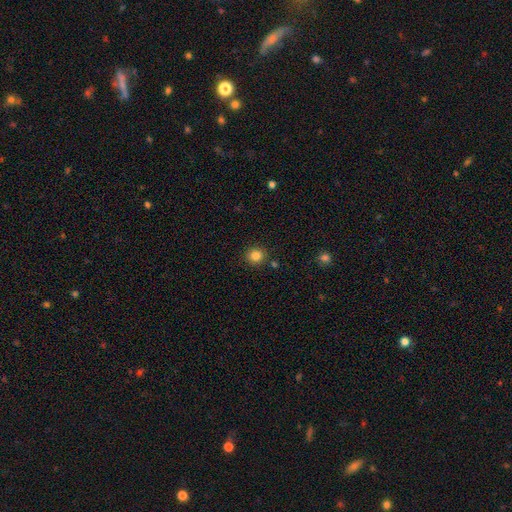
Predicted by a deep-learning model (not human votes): Smooth or featured? smooth (84%)
How rounded? round (91%)
Merging? none (88%)